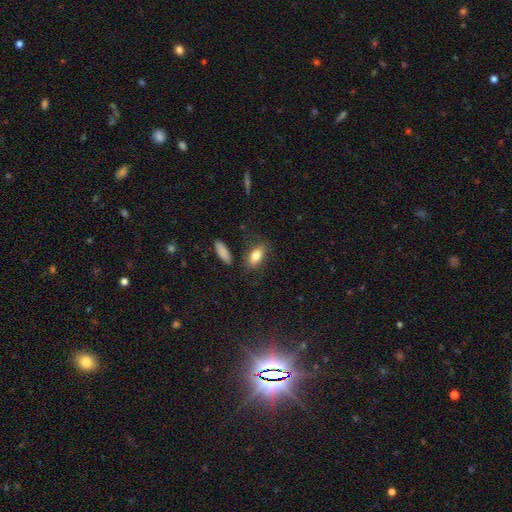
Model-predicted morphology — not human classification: The model was most divided on "merging": none: 75%, minor disturbance: 16%, major disturbance: 6%, merger: 4%. More confident: how rounded — in between (85%); smooth or featured — smooth (80%).